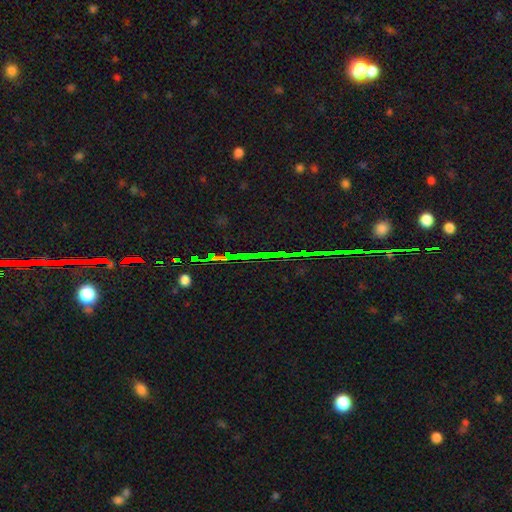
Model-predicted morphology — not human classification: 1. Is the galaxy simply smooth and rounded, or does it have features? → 80% star or artifact, 12% featured or disk, 9% smooth.